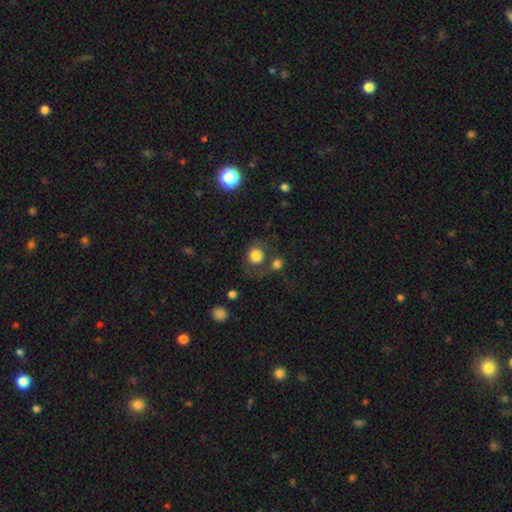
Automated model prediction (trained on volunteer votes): Morphology: type=smooth (80%); roundness=round (83%); merging=none (54%).